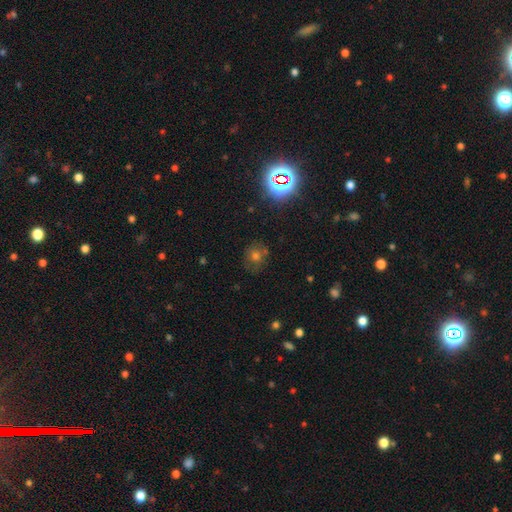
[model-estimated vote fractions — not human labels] Morphology: type=smooth (48%); merging=none (73%).